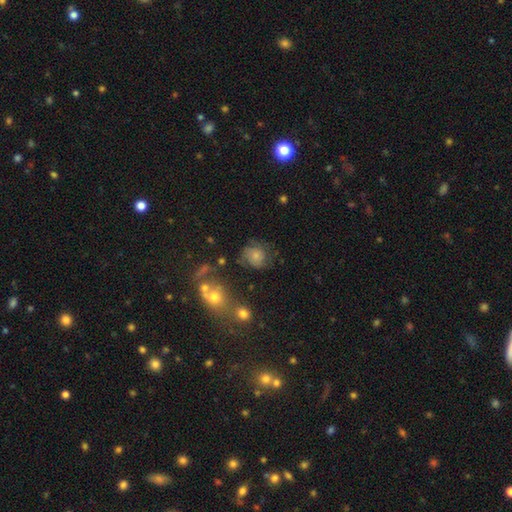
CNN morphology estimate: Overall: smooth (56%; featured or disk 32%). How rounded: round (76%). Merging: none (57%; minor disturbance 24%).